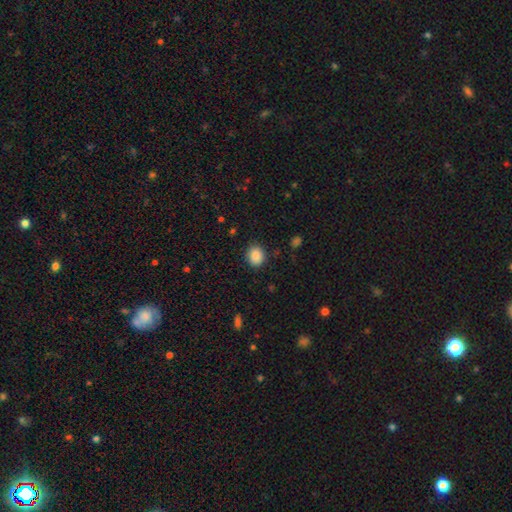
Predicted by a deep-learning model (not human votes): Smooth or featured? Predicted: smooth (p=0.88). How rounded? Predicted: round (p=0.68). Merging? Predicted: none (p=0.87).